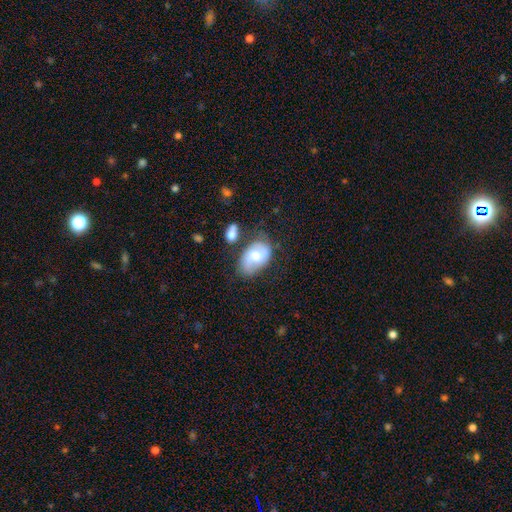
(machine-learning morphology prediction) Smooth or featured? featured or disk (48%)
Merging? none (57%)